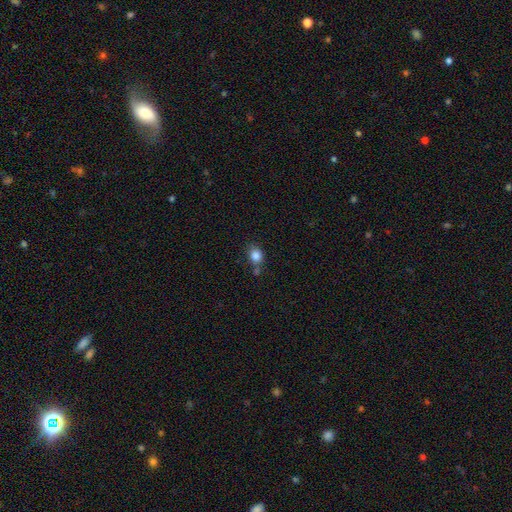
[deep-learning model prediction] This is clearly a smooth galaxy (84%). How rounded: possibly round (58%). Merging: possibly none (60%).